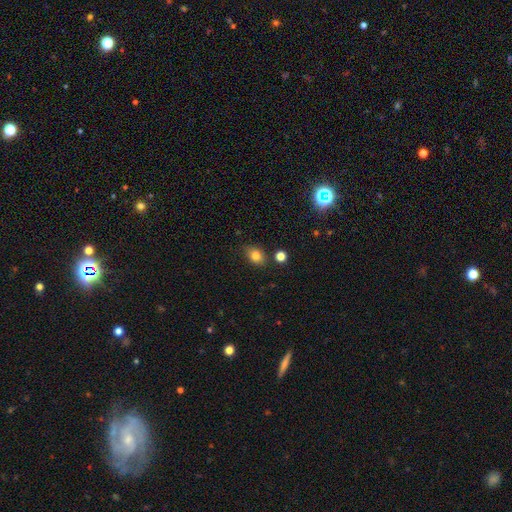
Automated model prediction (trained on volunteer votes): smooth_or_featured: smooth (p=0.81) [alt: star or artifact p=0.11]
how_rounded: in between (p=0.63) [alt: round p=0.36]
merging: none (p=0.75) [alt: minor disturbance p=0.17]